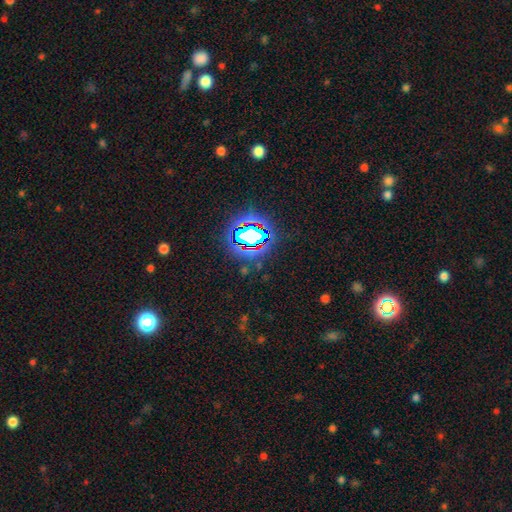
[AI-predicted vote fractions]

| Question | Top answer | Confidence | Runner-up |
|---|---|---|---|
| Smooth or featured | star or artifact | 83% | smooth (10%) |